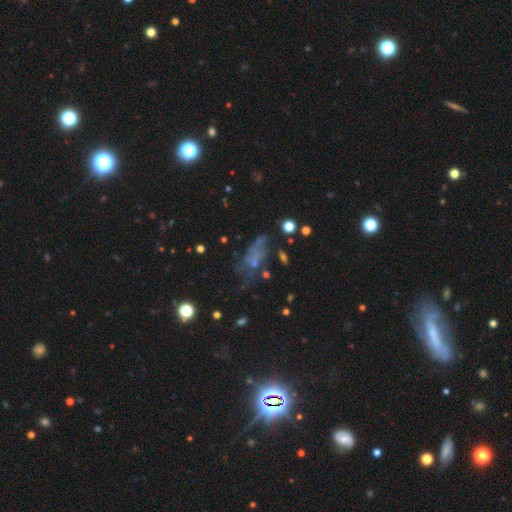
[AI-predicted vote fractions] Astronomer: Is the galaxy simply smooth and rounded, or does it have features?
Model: star or artifact — 35% (runner-up: smooth, 34%).